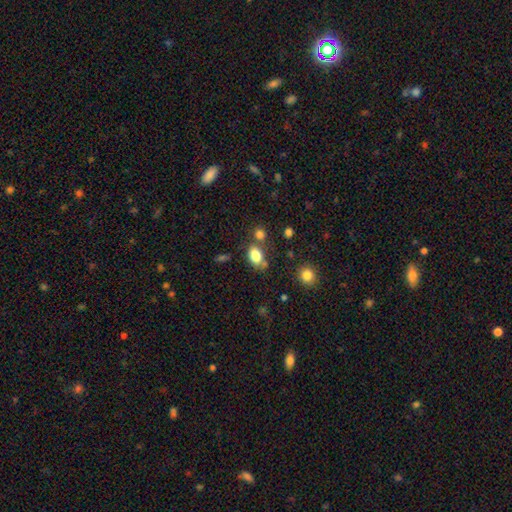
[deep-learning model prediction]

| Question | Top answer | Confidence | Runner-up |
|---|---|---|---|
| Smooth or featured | smooth | 82% | star or artifact (9%) |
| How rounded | in between | 81% | round (17%) |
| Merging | none | 63% | merger (17%) |